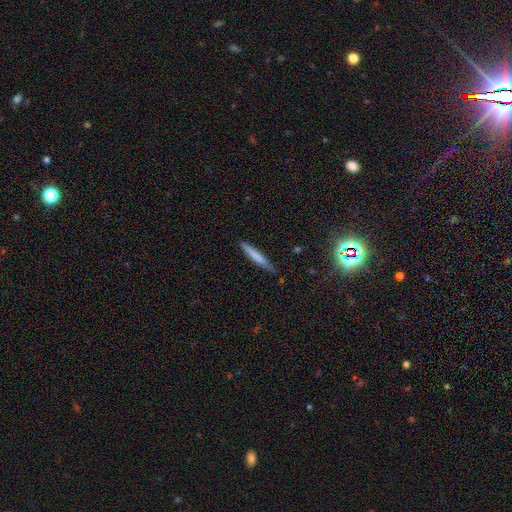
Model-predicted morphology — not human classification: Smooth or featured: smooth — 68% (featured or disk — 25%)
How rounded: cigar-shaped — 95% (in between — 4%)
Merging: none — 83% (minor disturbance — 13%)